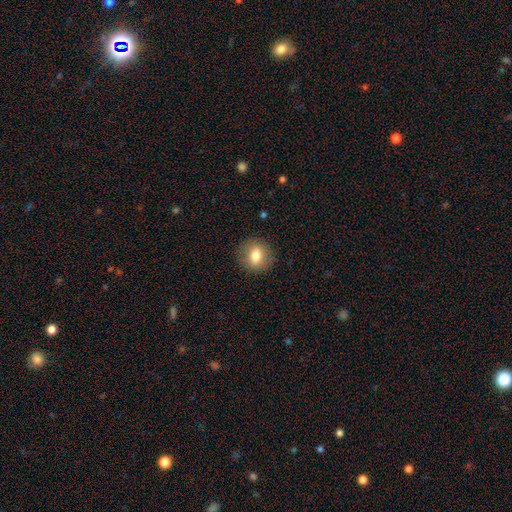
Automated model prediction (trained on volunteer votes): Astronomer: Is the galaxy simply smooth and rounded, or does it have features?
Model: smooth — 75%.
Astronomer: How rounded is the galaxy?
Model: round — 77%.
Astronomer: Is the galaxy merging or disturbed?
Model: none — 88%.